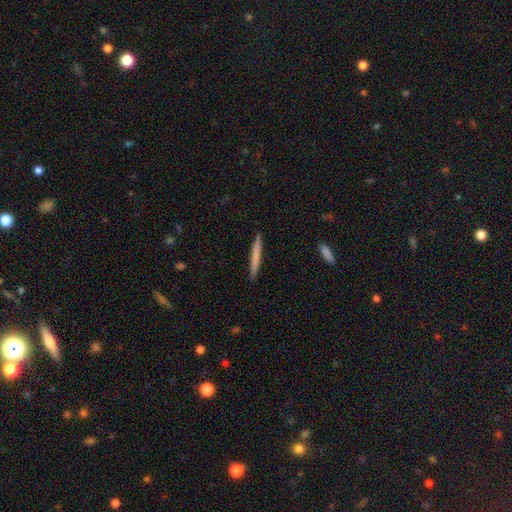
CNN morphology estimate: type=smooth (65%); roundness=cigar-shaped (97%); merging=none (91%).